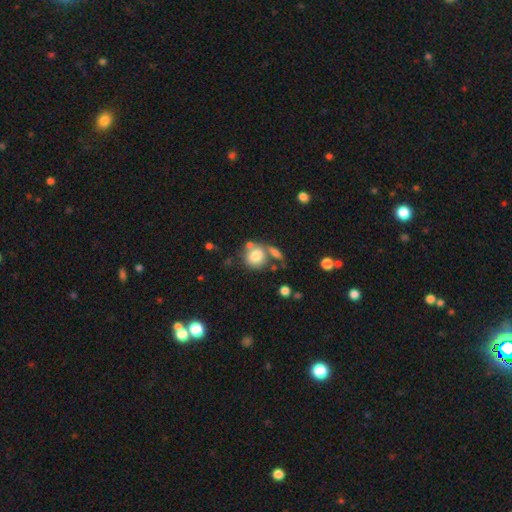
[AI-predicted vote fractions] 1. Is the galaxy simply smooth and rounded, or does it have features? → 78% smooth, 12% featured or disk, 9% star or artifact.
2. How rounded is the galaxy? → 77% round, 22% in between, 1% cigar-shaped.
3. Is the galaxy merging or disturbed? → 52% none, 27% merger, 14% minor disturbance, 7% major disturbance.